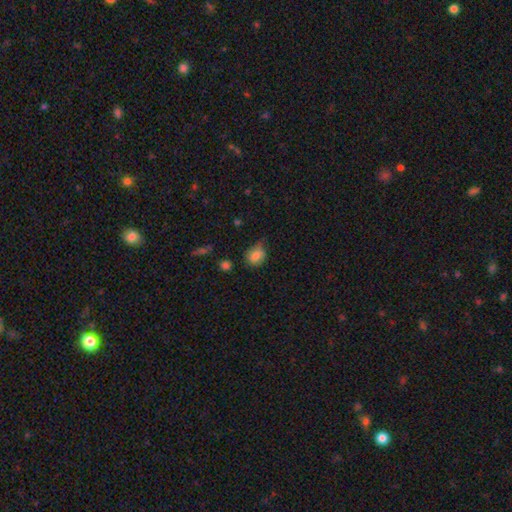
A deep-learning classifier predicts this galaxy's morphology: smooth_or_featured: smooth (p=0.82) [alt: star or artifact p=0.10]
how_rounded: round (p=0.55) [alt: in between p=0.44]
merging: none (p=0.58) [alt: minor disturbance p=0.32]